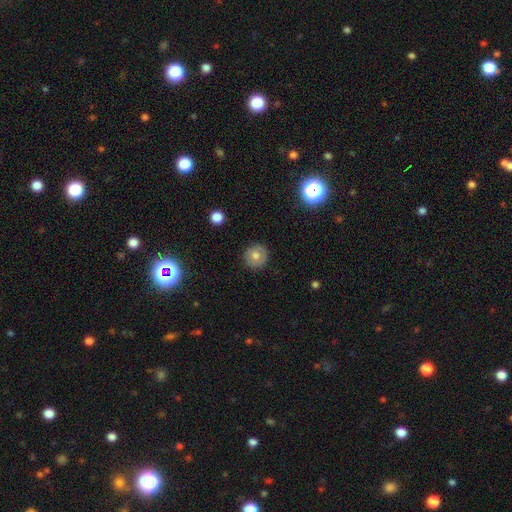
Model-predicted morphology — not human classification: type=smooth (71%); roundness=round (93%); merging=none (88%).